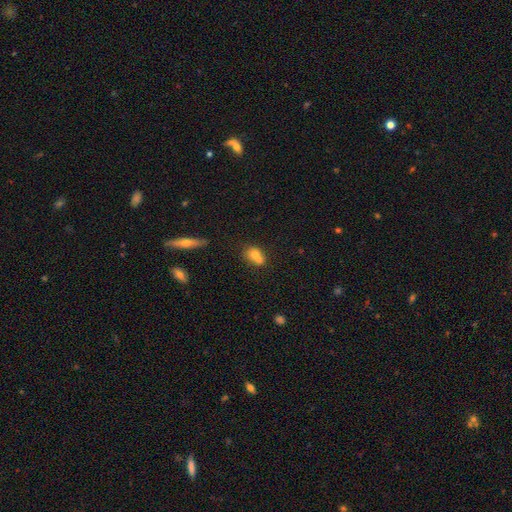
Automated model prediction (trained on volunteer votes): This appears to be a smooth galaxy with no disk features (70%) that is round (51%). Merging: merger (59%).